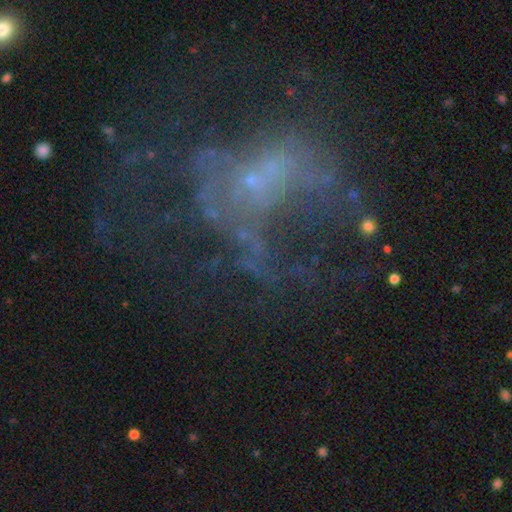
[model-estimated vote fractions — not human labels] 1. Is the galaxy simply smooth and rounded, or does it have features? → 55% featured or disk, 29% star or artifact, 16% smooth.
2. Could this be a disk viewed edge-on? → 97% no, 3% yes.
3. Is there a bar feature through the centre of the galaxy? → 86% no, 10% weak, 4% strong.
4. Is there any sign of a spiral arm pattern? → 79% no, 21% yes.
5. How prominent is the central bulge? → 54% none, 35% small, 8% moderate, 2% large, 1% dominant.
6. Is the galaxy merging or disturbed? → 40% major disturbance, 35% none, 12% minor disturbance, 12% merger.